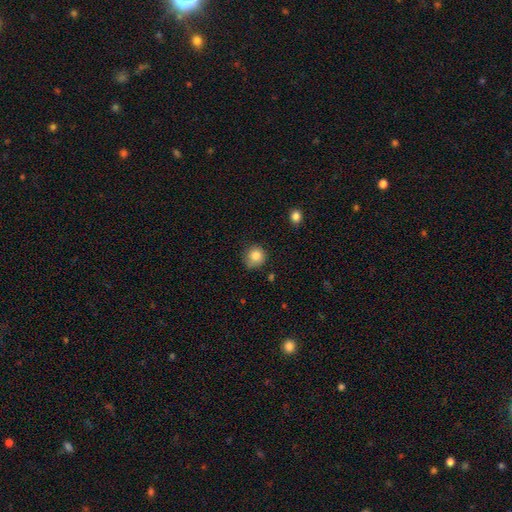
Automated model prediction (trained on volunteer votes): The model was most divided on "merging": none: 76%, minor disturbance: 18%, major disturbance: 3%, merger: 2%. More confident: how rounded — round (90%); smooth or featured — smooth (83%).